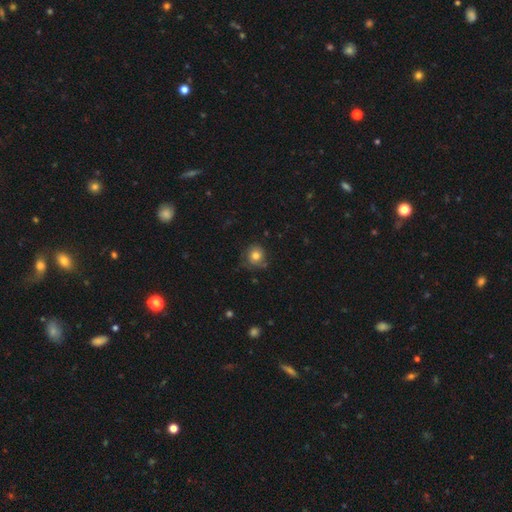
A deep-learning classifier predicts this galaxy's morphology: smooth_or_featured: smooth (p=0.77) [alt: featured or disk p=0.12]
how_rounded: round (p=0.87) [alt: in between p=0.12]
merging: none (p=0.70) [alt: minor disturbance p=0.22]